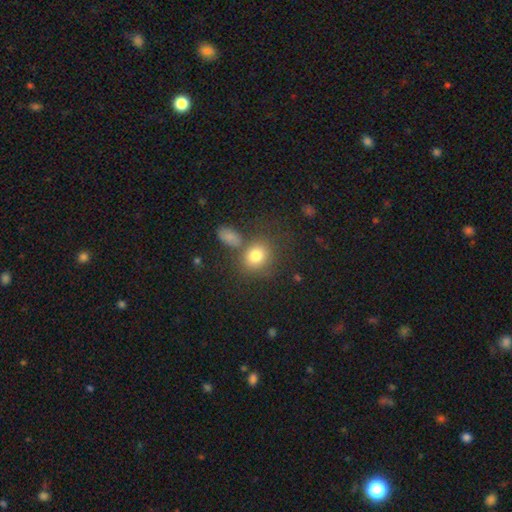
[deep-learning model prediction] smooth 78%, star or artifact 12%, featured or disk 10%. Down the decision tree: how rounded — round (68%); merging — none (62%).